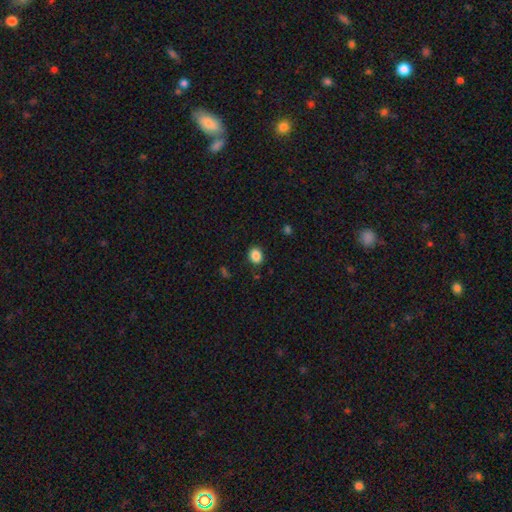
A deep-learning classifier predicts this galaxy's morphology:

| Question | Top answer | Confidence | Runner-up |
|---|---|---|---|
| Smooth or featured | smooth | 87% | star or artifact (9%) |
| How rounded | round | 50% | in between (49%) |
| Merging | none | 87% | minor disturbance (9%) |